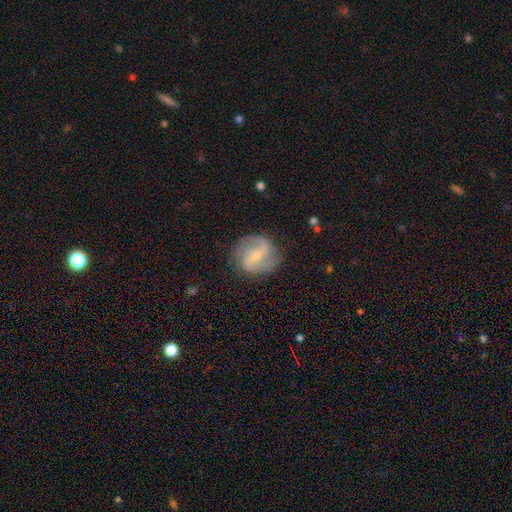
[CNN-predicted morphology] This is likely a featured or disk galaxy (79%). It is clearly not viewed edge-on (97%). Bar: marginally weak (45%). Spiral arm pattern: clearly yes (93%). Spiral arm count: clearly 2 (86%). Spiral winding: marginally medium (43%). Central bulge: likely small (61%). Merging: likely none (79%).